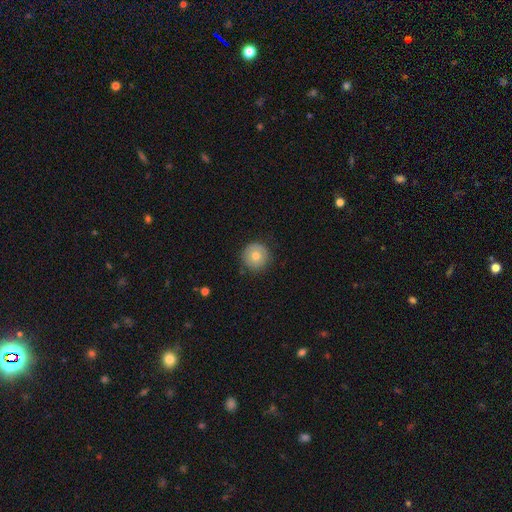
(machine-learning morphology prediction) smooth_or_featured: smooth (p=0.71) [alt: featured or disk p=0.21]
how_rounded: round (p=0.96) [alt: in between p=0.03]
merging: none (p=0.87) [alt: minor disturbance p=0.10]